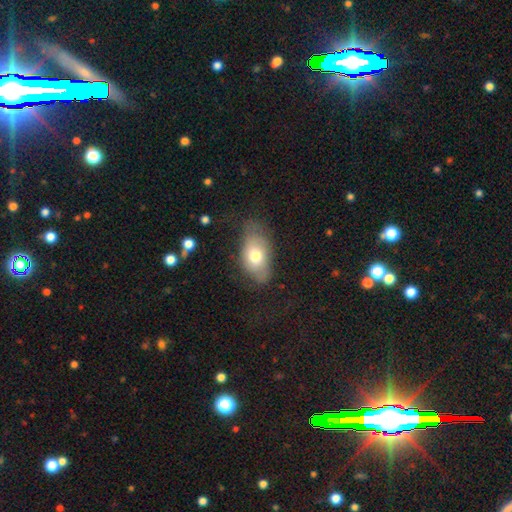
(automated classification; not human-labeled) A smooth galaxy with no disk features (69%) that is in between round and cigar-shaped (90%).

Vote fractions:
- Smooth or featured? smooth: 69% / featured or disk: 23% / star or artifact: 8%
- How rounded? in between: 90% / round: 8% / cigar-shaped: 2%
- Merging? none: 52% / minor disturbance: 31% / major disturbance: 15% / merger: 2%